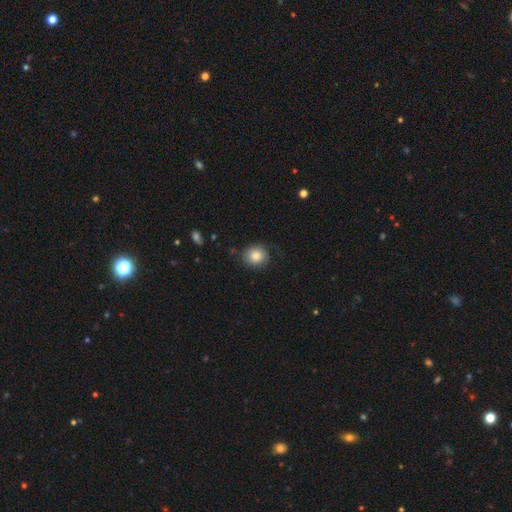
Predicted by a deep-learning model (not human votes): smooth 81%, featured or disk 10%, star or artifact 8%. Down the decision tree: how rounded — round (81%); merging — none (75%).